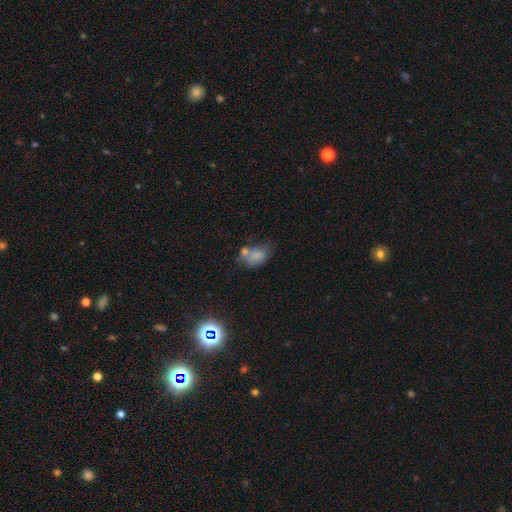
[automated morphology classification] Overall: smooth (72%). How rounded: in between (81%). Merging: merger (34%; none 32%).